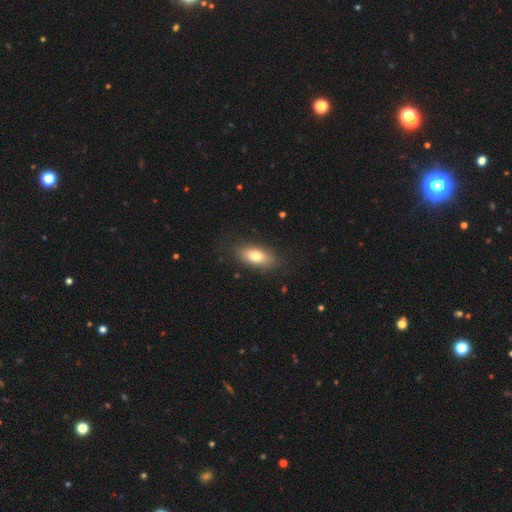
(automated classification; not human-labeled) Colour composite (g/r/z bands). It shows a smooth galaxy with no disk features (77%) that is in between round and cigar-shaped (86%). Merging: none (84%).